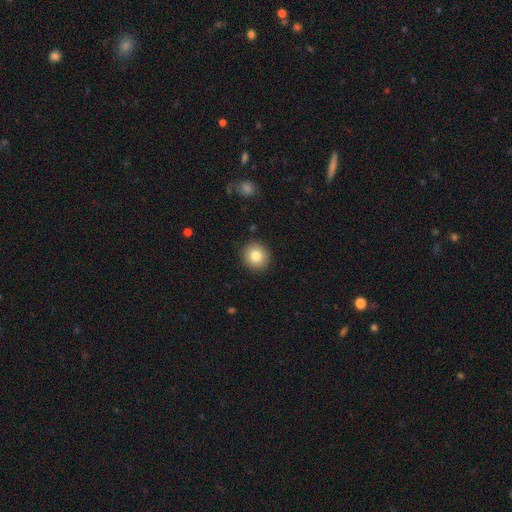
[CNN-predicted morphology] A smooth galaxy with no disk features (81%) that is round (90%).

Vote fractions:
- Smooth or featured? smooth: 81% / featured or disk: 10% / star or artifact: 10%
- How rounded? round: 90% / in between: 9% / cigar-shaped: 1%
- Merging? none: 91% / minor disturbance: 6% / major disturbance: 2% / merger: 1%